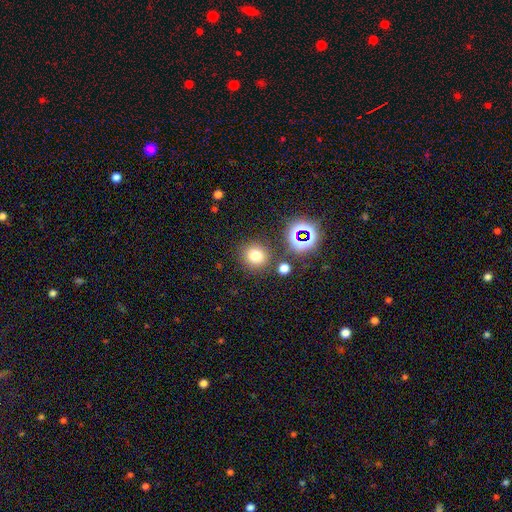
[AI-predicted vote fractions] This is likely a smooth galaxy (72%). How rounded: clearly round (89%). Merging: clearly none (82%).